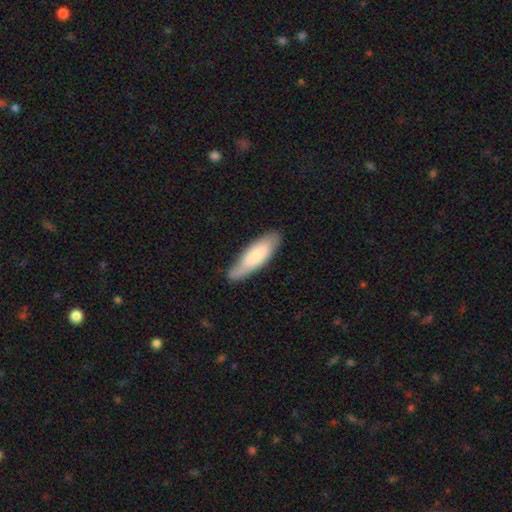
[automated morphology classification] Smooth or featured? smooth (72%)
How rounded? in between (51%)
Merging? none (75%)